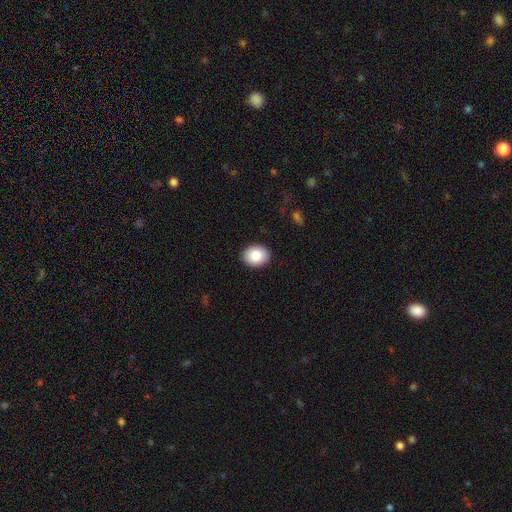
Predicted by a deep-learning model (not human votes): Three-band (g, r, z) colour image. It shows a smooth galaxy with no disk features (85%) that is in between round and cigar-shaped (53%). Merging: none (91%).